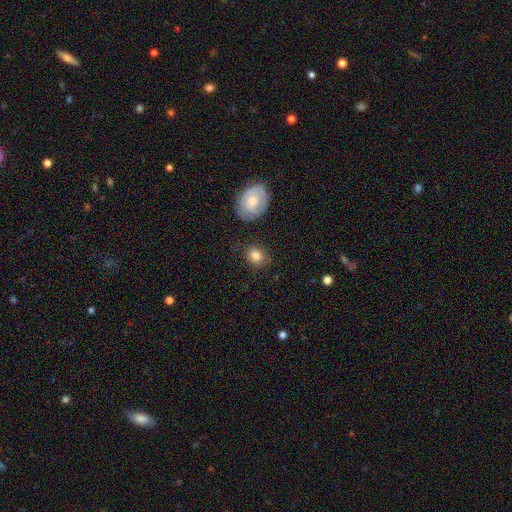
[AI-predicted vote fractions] Q: Smooth or featured?
A: smooth (81%); runner-up: featured or disk (11%)
Q: How rounded?
A: round (66%); runner-up: in between (33%)
Q: Merging?
A: none (80%); runner-up: minor disturbance (13%)